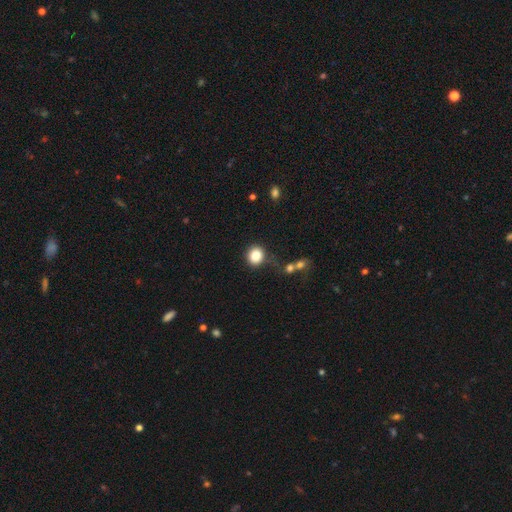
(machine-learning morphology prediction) Q: Smooth or featured?
A: smooth (83%); runner-up: star or artifact (10%)
Q: How rounded?
A: round (80%); runner-up: in between (19%)
Q: Merging?
A: none (77%); runner-up: minor disturbance (13%)